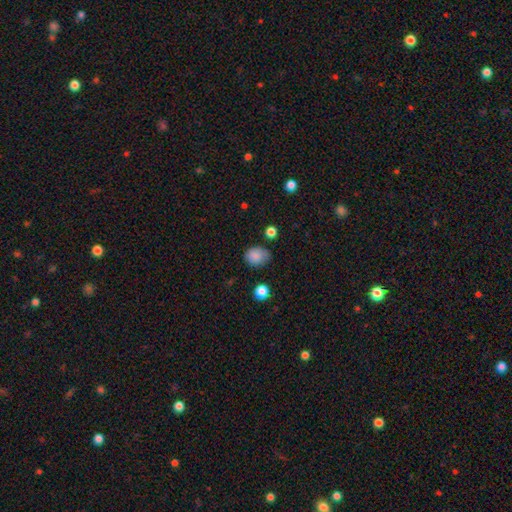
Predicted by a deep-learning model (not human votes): smooth 84%, star or artifact 9%, featured or disk 6%. Down the decision tree: how rounded — in between (54%); merging — none (65%).